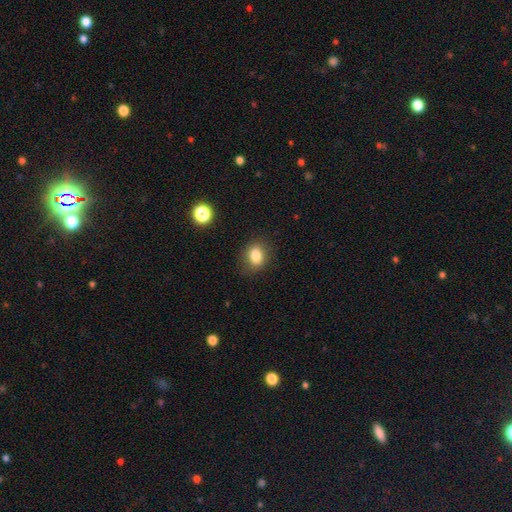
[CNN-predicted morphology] Overall: smooth (83%). How rounded: in between (63%; round 35%). Merging: none (82%).